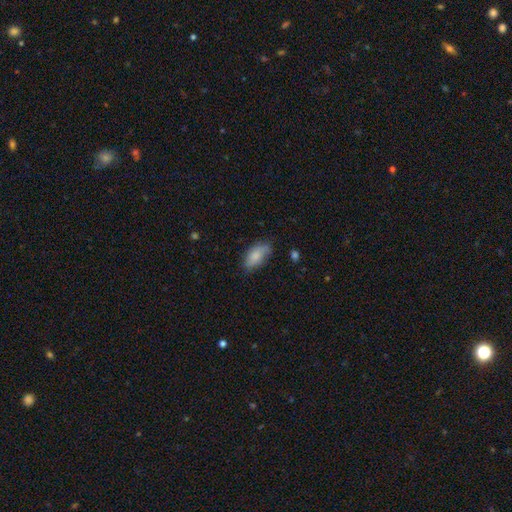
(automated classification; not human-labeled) smooth_or_featured: smooth (p=0.81) [alt: featured or disk p=0.12]
how_rounded: in between (p=0.91) [alt: cigar-shaped p=0.05]
merging: none (p=0.63) [alt: minor disturbance p=0.28]